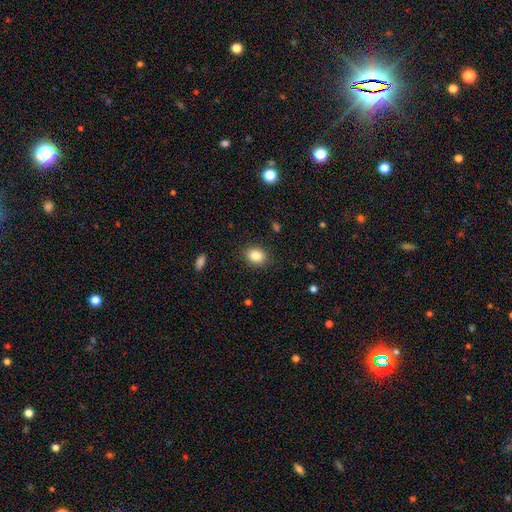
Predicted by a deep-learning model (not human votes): A smooth galaxy with no disk features (85%) that is in between round and cigar-shaped (57%). Merging: none (87%).